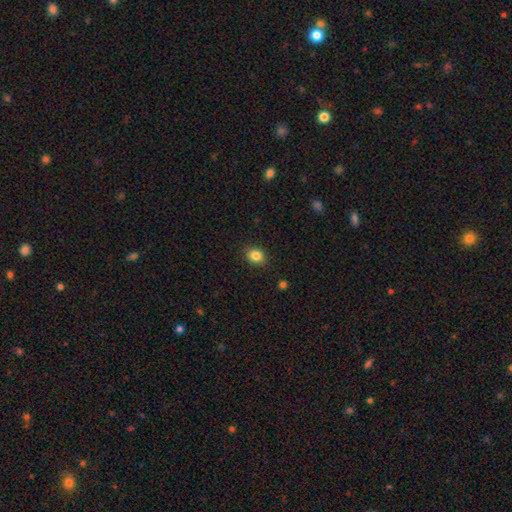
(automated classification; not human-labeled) Q: Smooth or featured?
A: smooth (85%); runner-up: star or artifact (11%)
Q: How rounded?
A: round (61%); runner-up: in between (39%)
Q: Merging?
A: none (89%); runner-up: minor disturbance (8%)